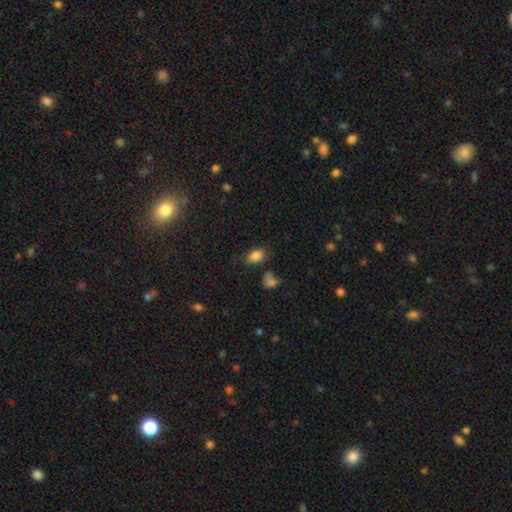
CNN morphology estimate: Overall: smooth (84%). How rounded: in between (85%). Merging: none (63%).